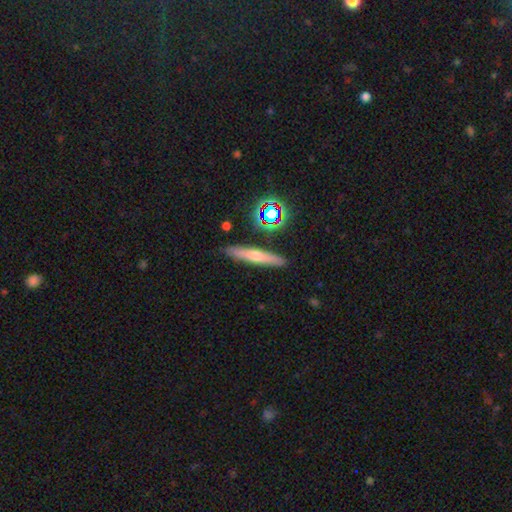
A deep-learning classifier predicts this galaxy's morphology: Smooth or featured?
  - smooth: 46% *
  - featured or disk: 41%
  - star or artifact: 14%
Merging?
  - none: 87% *
  - minor disturbance: 8%
  - merger: 3%
  - major disturbance: 2%